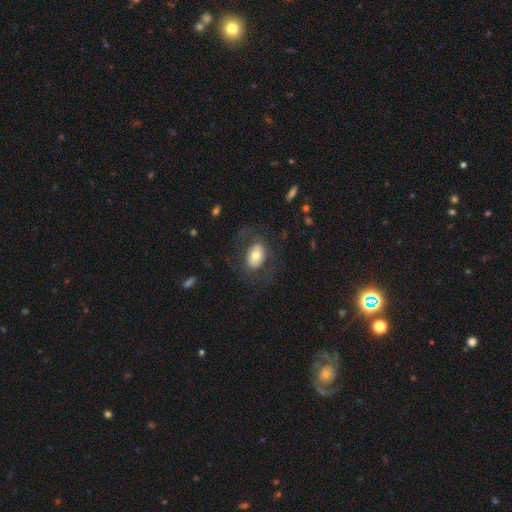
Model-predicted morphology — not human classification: smooth_or_featured: smooth (p=0.61) [alt: featured or disk p=0.31]
how_rounded: in between (p=0.78) [alt: round p=0.21]
merging: none (p=0.70) [alt: major disturbance p=0.15]